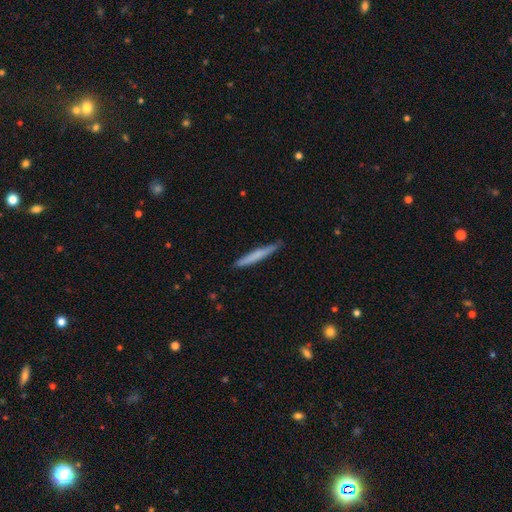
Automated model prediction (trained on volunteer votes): Smooth or featured: smooth — 64% (featured or disk — 30%)
How rounded: cigar-shaped — 96% (in between — 3%)
Merging: none — 87% (minor disturbance — 10%)